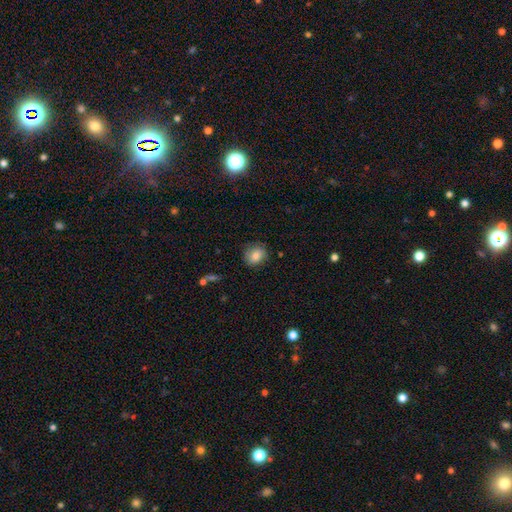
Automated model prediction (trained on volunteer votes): The model was most divided on "how rounded": round: 72%, in between: 27%, cigar-shaped: 1%. More confident: smooth or featured — smooth (77%); merging — none (76%).